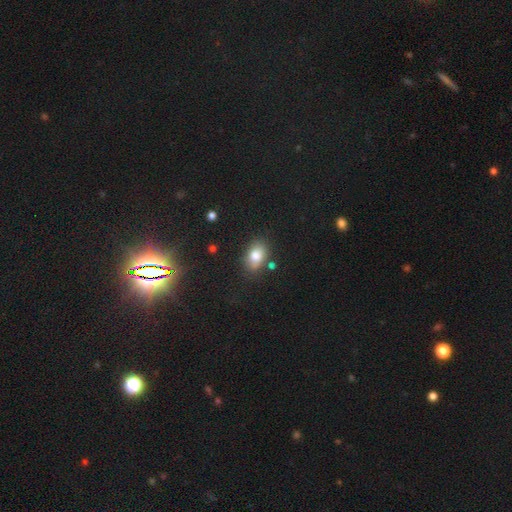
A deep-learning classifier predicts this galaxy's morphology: Smooth or featured? smooth (77%)
How rounded? in between (83%)
Merging? none (73%)